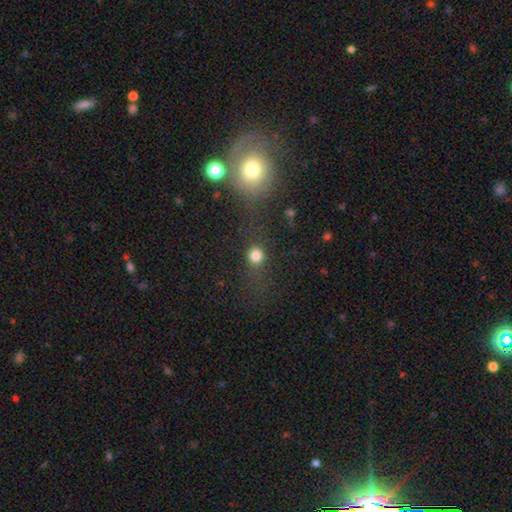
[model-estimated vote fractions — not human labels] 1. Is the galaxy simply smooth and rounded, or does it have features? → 76% smooth, 16% star or artifact, 8% featured or disk.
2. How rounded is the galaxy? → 79% round, 18% in between, 3% cigar-shaped.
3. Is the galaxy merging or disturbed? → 68% none, 14% minor disturbance, 10% major disturbance, 8% merger.